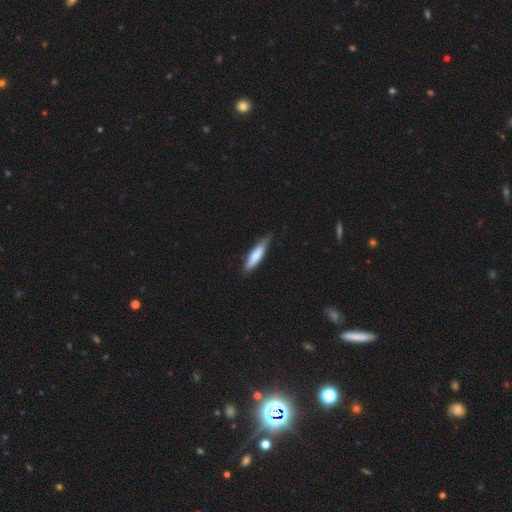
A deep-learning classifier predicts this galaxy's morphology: smooth-or-featured: smooth: 78% | featured or disk: 17% | star or artifact: 5%
  how-rounded: cigar-shaped: 77% | in between: 22% | round: 1%
  merging: none: 75% | minor disturbance: 21% | major disturbance: 3% | merger: 1%